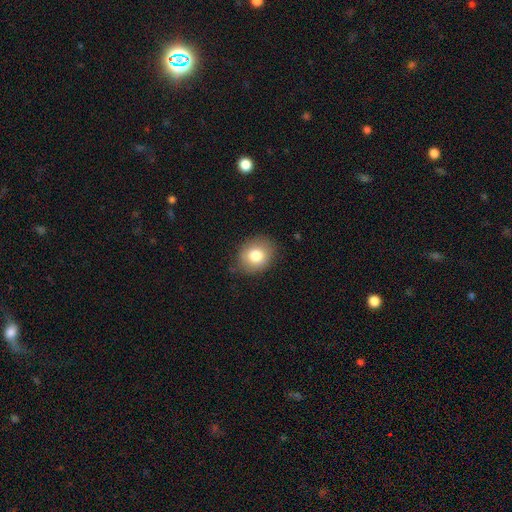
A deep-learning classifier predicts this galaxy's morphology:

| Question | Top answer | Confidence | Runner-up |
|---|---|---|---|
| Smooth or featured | smooth | 80% | featured or disk (11%) |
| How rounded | round | 57% | in between (42%) |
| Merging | none | 80% | minor disturbance (15%) |